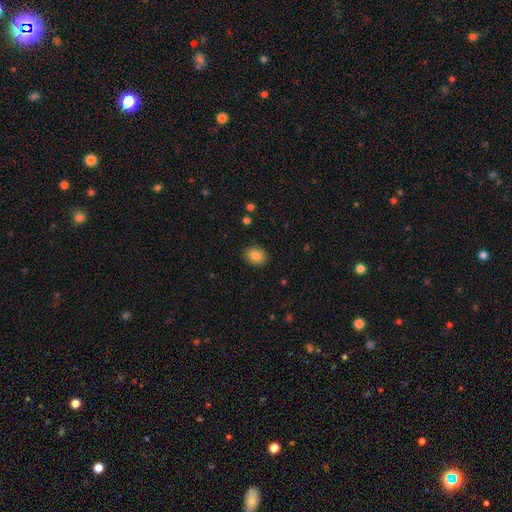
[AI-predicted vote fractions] Overall: smooth (83%). How rounded: in between (72%). Merging: none (89%).